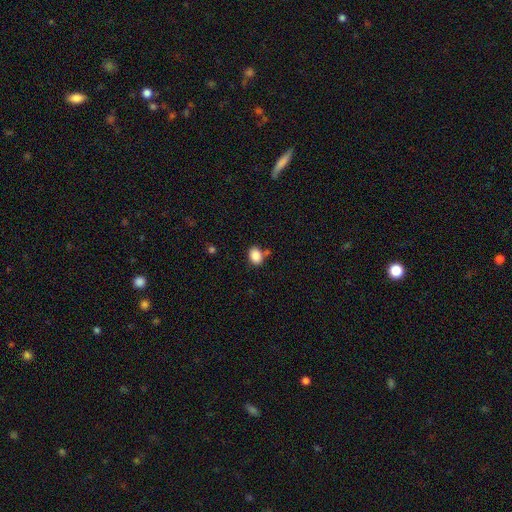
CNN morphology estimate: Smooth or featured: smooth — 87% (star or artifact — 9%)
How rounded: in between — 68% (round — 31%)
Merging: none — 70% (minor disturbance — 14%)